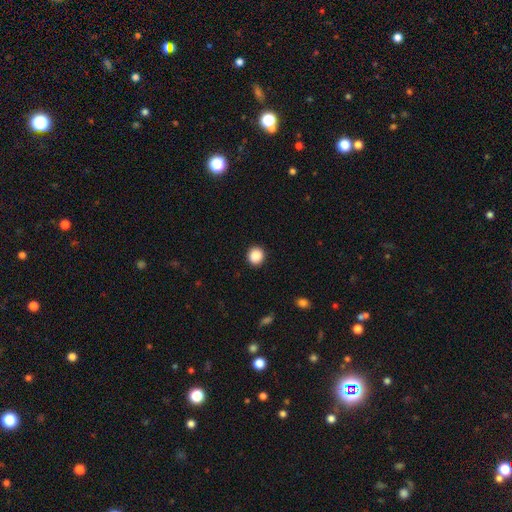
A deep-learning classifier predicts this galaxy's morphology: Smooth or featured: smooth — 88% (star or artifact — 9%)
How rounded: round — 91% (in between — 8%)
Merging: none — 92% (minor disturbance — 5%)